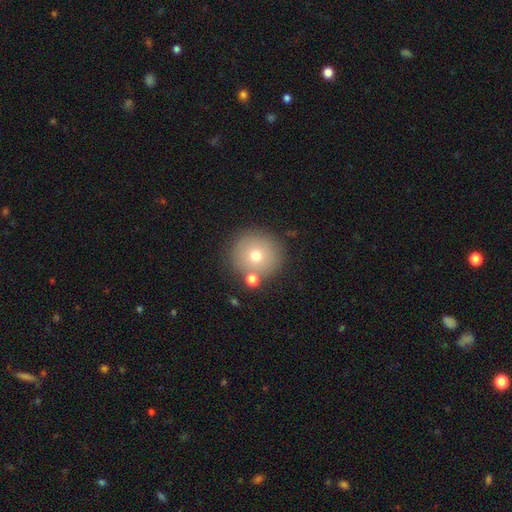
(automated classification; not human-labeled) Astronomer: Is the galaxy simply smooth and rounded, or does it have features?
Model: smooth — 71%.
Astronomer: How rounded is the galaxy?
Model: round — 95%.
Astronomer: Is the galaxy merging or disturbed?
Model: none — 79%.